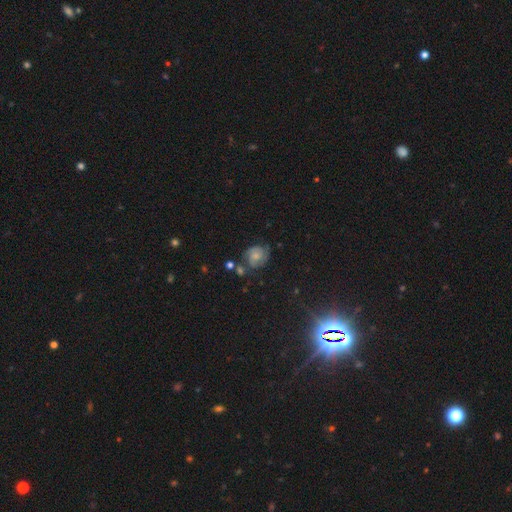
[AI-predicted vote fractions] This is possibly a featured or disk galaxy (56%). It is clearly not viewed edge-on (97%). Bar: likely no (71%). Spiral arm pattern: clearly yes (87%). Central bulge: possibly small (49%). Merging: possibly none (58%).